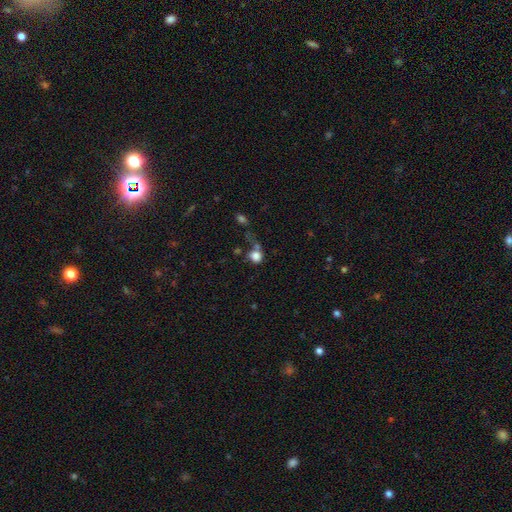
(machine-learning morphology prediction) This appears to be a smooth galaxy with no disk features (79%) that is round (73%). Merging: none (39%).